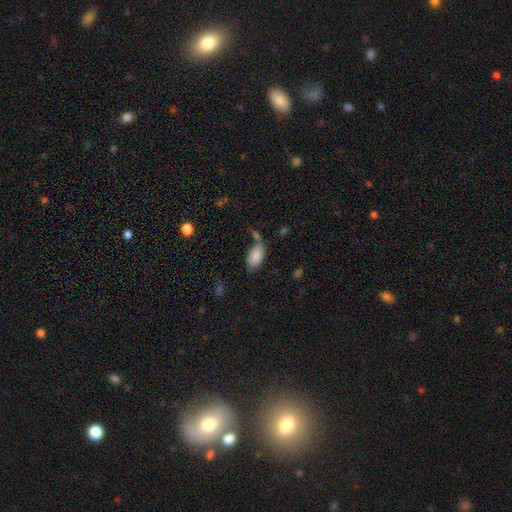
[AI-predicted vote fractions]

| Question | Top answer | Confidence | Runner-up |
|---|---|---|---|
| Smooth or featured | smooth | 87% | featured or disk (7%) |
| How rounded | in between | 95% | round (3%) |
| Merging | none | 60% | minor disturbance (19%) |